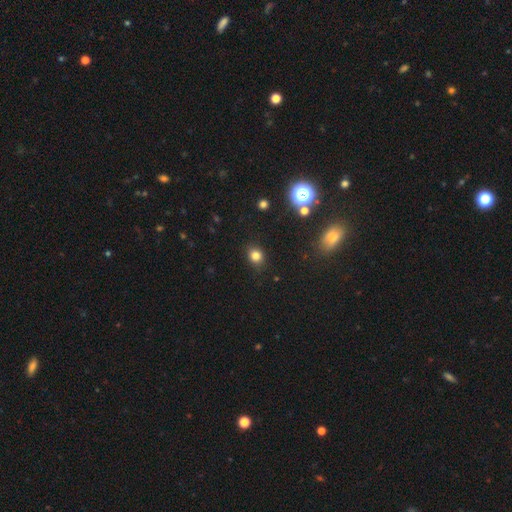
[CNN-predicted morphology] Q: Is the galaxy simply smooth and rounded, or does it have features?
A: smooth — 79%.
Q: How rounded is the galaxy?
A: round — 66%.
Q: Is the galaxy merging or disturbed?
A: none — 85%.